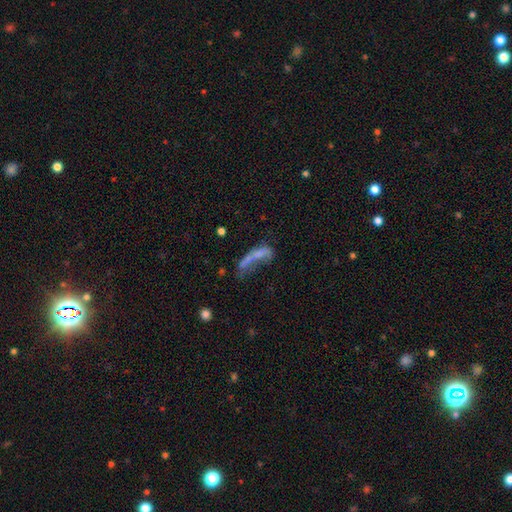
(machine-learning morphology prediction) Smooth or featured? Predicted: smooth (p=0.46). Merging? Predicted: major disturbance (p=0.41).